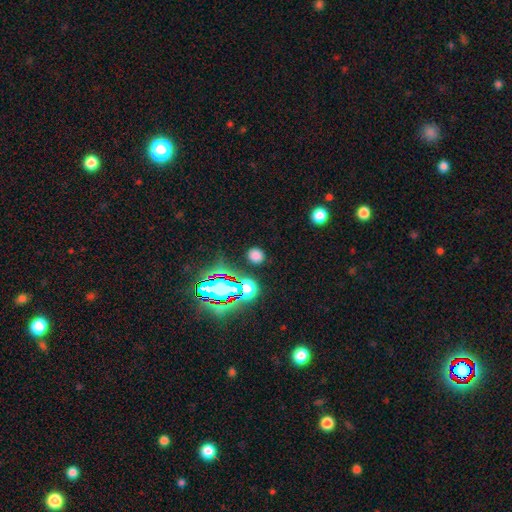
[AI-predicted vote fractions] Q: Smooth or featured?
A: smooth (70%); runner-up: star or artifact (24%)
Q: How rounded?
A: round (77%); runner-up: in between (21%)
Q: Merging?
A: none (86%); runner-up: minor disturbance (8%)